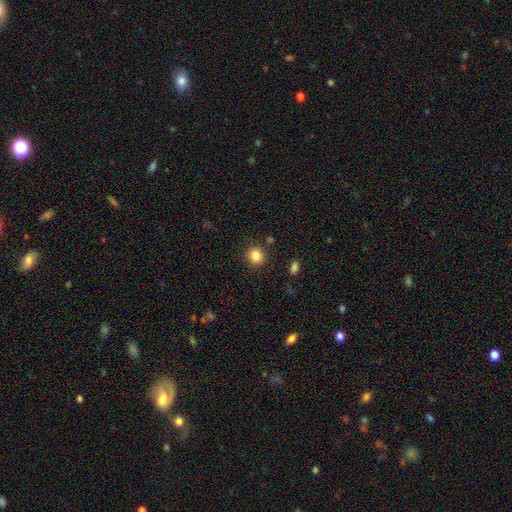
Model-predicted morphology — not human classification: Smooth or featured: smooth — 85% (star or artifact — 11%)
How rounded: round — 88% (in between — 11%)
Merging: none — 88% (minor disturbance — 7%)